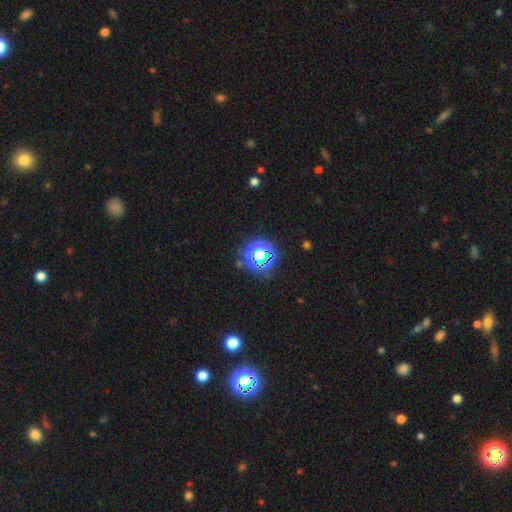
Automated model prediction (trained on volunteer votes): Smooth or featured: star or artifact — 72% (smooth — 20%)